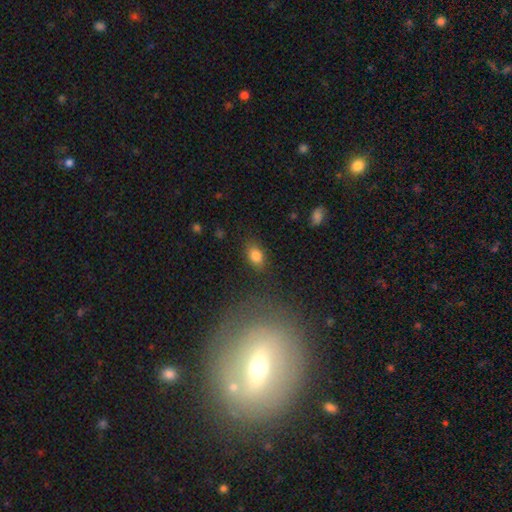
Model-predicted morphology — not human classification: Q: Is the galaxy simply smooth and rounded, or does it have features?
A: smooth — 84%.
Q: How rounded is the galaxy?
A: in between — 84%.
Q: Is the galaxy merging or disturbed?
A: none — 84%.